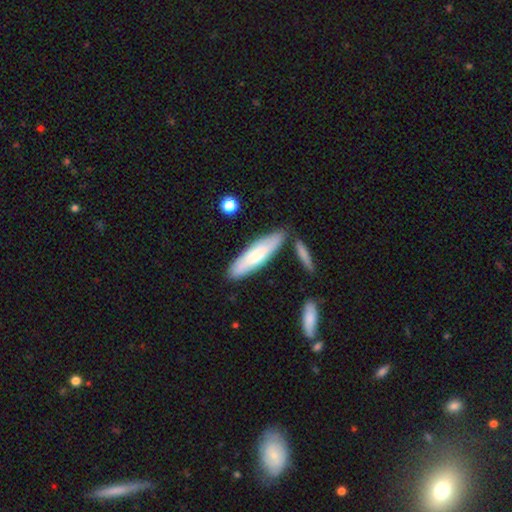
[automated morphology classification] A smooth galaxy with no disk features (64%) that is cigar-shaped (66%).

Vote fractions:
- Smooth or featured? smooth: 64% / featured or disk: 30% / star or artifact: 5%
- How rounded? cigar-shaped: 66% / in between: 33% / round: 1%
- Merging? none: 80% / minor disturbance: 12% / merger: 6% / major disturbance: 3%